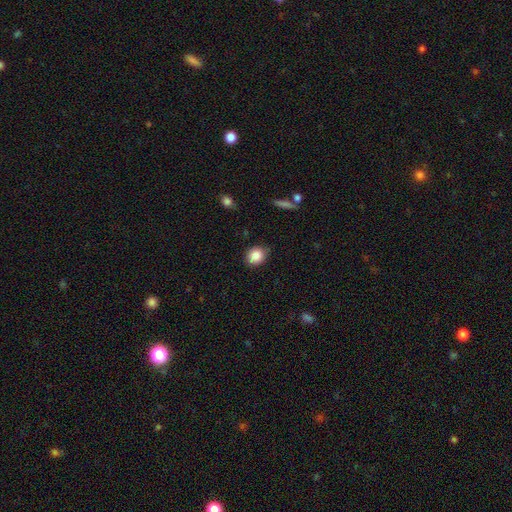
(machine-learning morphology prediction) The model was most divided on "how rounded": round: 69%, in between: 30%, cigar-shaped: 1%. More confident: smooth or featured — smooth (87%); merging — none (83%).